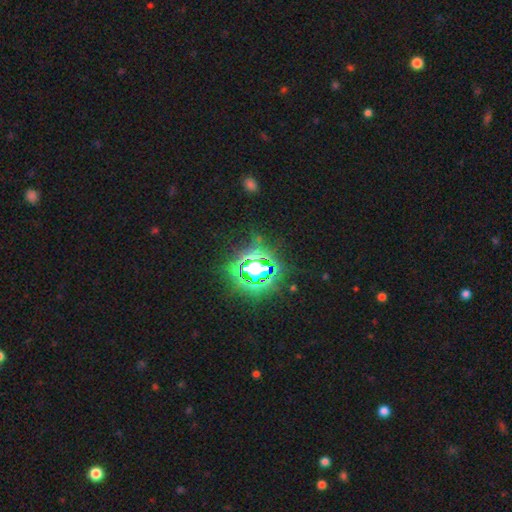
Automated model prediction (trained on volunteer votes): Smooth or featured? star or artifact (82%)